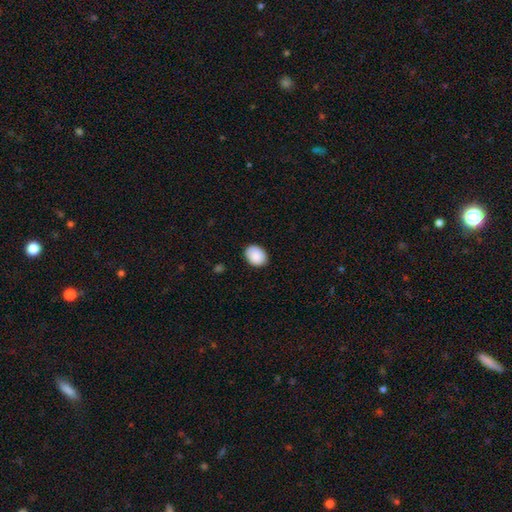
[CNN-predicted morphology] Overall: smooth (88%). How rounded: in between (67%; round 32%). Merging: none (84%).